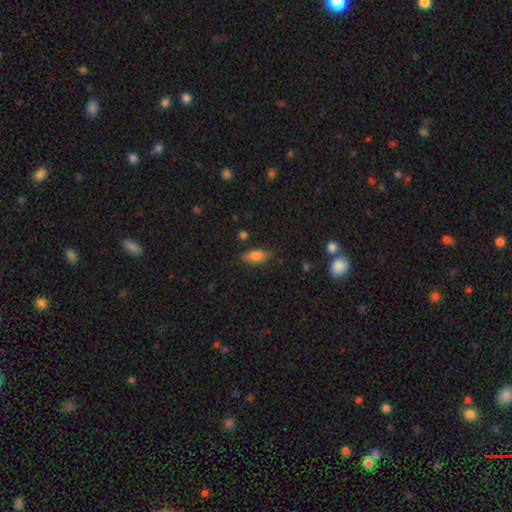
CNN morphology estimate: Smooth or featured? Predicted: smooth (p=0.79). How rounded? Predicted: in between (p=0.80). Merging? Predicted: none (p=0.79).